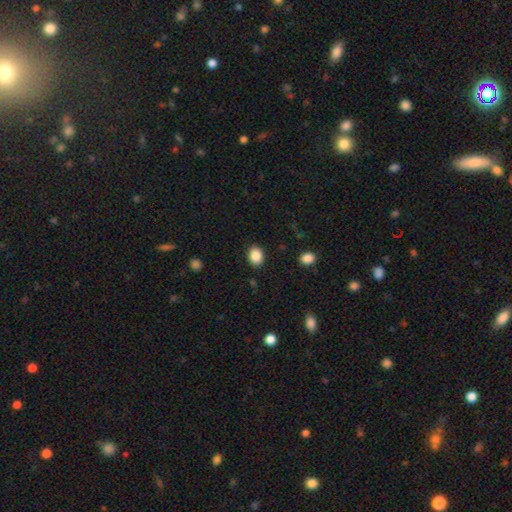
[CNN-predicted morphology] A smooth galaxy with no disk features (87%) that is in between round and cigar-shaped (53%). Merging: none (88%).